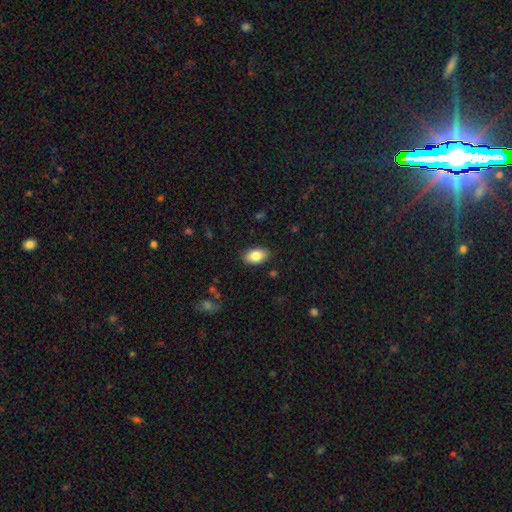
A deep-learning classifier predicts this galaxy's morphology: Overall: smooth (84%). How rounded: in between (91%). Merging: none (87%).